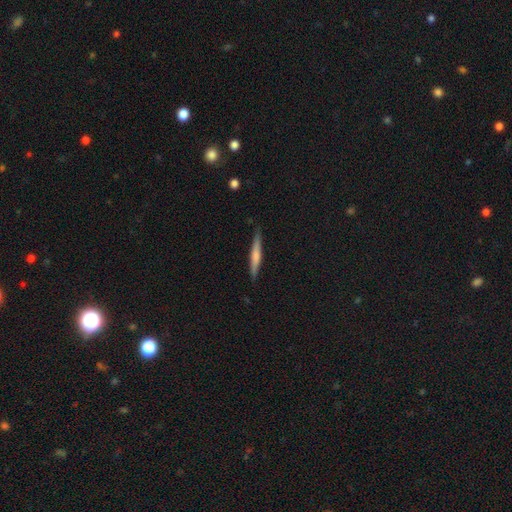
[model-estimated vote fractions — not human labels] A smooth galaxy with no disk features (57%) that is cigar-shaped (94%).

Vote fractions:
- Smooth or featured? smooth: 57% / featured or disk: 38% / star or artifact: 5%
- How rounded? cigar-shaped: 94% / in between: 5% / round: 1%
- Merging? none: 87% / minor disturbance: 10% / major disturbance: 2% / merger: 1%